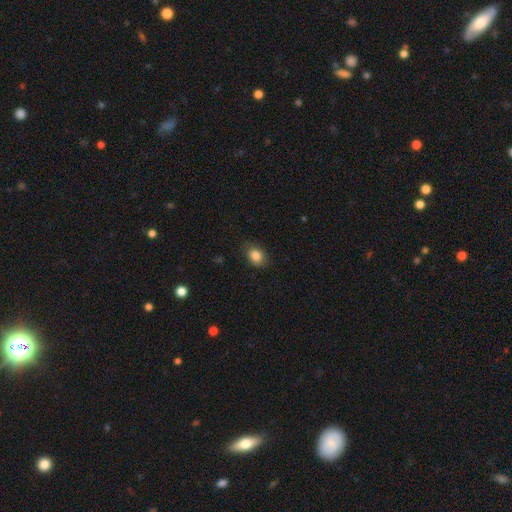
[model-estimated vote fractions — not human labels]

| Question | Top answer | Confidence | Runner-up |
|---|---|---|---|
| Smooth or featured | smooth | 84% | star or artifact (9%) |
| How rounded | in between | 64% | round (35%) |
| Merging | none | 81% | minor disturbance (15%) |